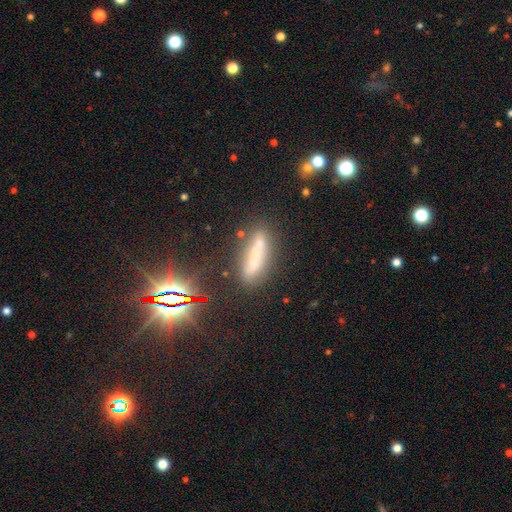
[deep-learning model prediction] A smooth galaxy with no disk features (58%) that is cigar-shaped (73%).

Vote fractions:
- Smooth or featured? smooth: 58% / star or artifact: 23% / featured or disk: 19%
- How rounded? cigar-shaped: 73% / in between: 25% / round: 3%
- Merging? none: 70% / minor disturbance: 18% / merger: 6% / major disturbance: 6%